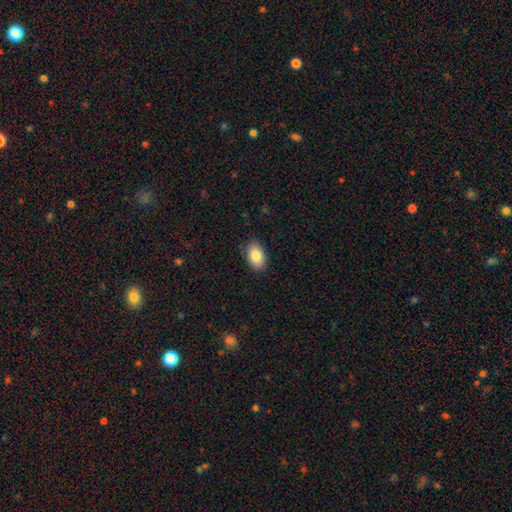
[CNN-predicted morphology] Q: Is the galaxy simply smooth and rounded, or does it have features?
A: smooth — 85%.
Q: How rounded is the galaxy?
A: in between — 92%.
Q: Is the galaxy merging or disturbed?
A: none — 87%.